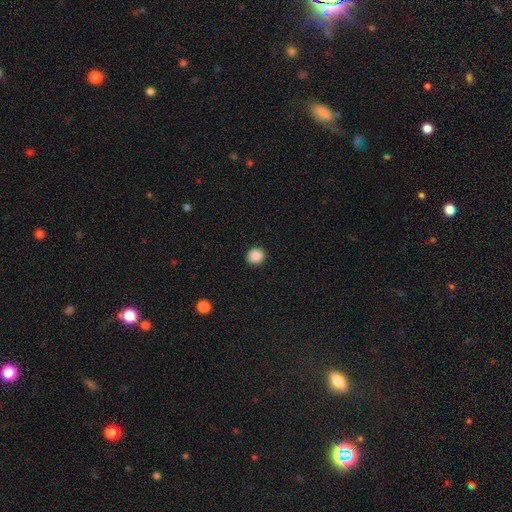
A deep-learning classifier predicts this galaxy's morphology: A smooth galaxy with no disk features (88%) that is round (85%). Merging: none (88%).